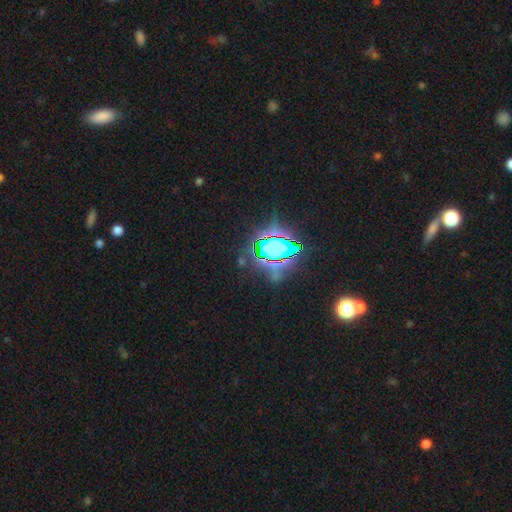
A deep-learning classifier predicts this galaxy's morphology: This appears to be a star or artifact, not a galaxy (82%).